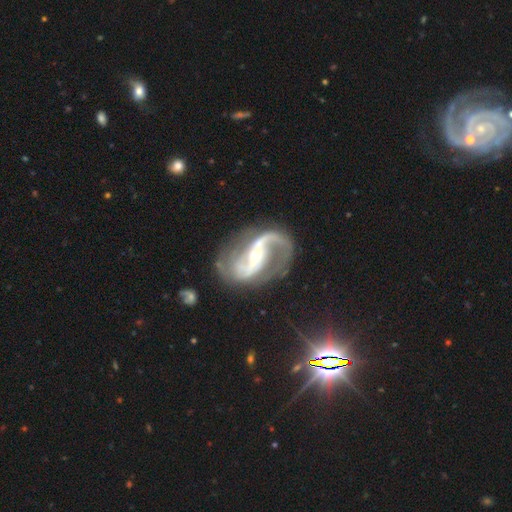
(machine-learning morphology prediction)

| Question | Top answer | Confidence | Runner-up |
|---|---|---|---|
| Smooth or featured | featured or disk | 91% | star or artifact (5%) |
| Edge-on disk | no | 97% | yes (3%) |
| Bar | strong | 37% | no (32%) |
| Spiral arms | yes | 97% | no (3%) |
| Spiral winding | loose | 48% | medium (42%) |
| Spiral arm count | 2 | 90% | 1 (3%) |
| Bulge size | small | 65% | moderate (31%) |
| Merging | none | 67% | minor disturbance (16%) |